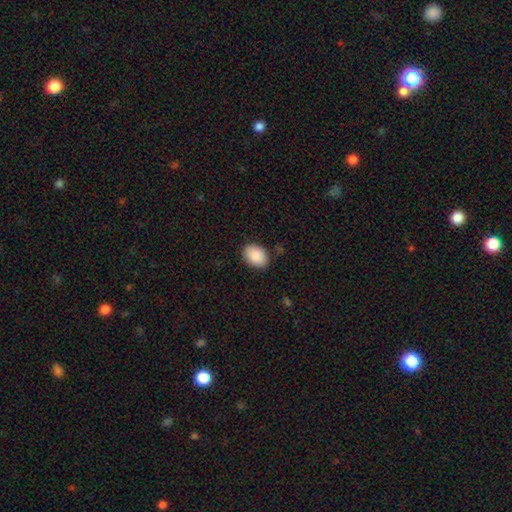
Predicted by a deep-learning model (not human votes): Morphology: type=smooth (90%); roundness=in between (80%); merging=none (86%).